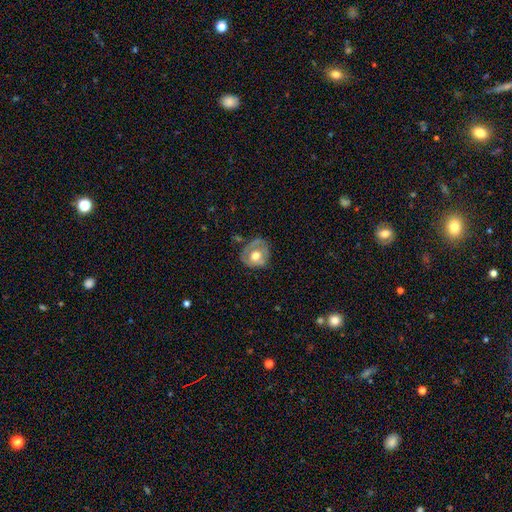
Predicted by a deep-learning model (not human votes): This is possibly a smooth galaxy (48%). Merging: possibly none (58%).